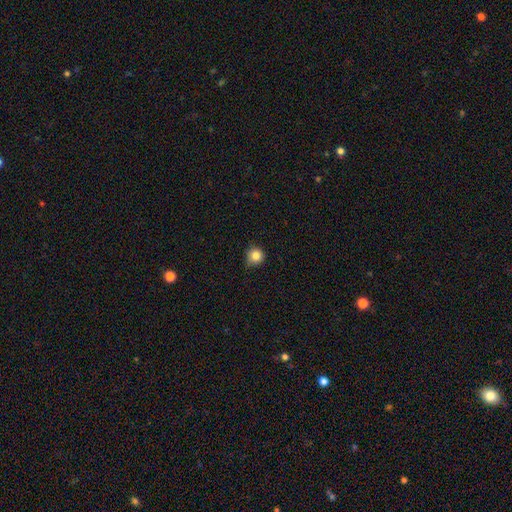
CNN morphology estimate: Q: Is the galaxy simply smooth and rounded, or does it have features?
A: smooth — 82%.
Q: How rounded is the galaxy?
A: round — 93%.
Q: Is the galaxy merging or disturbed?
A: none — 70%.